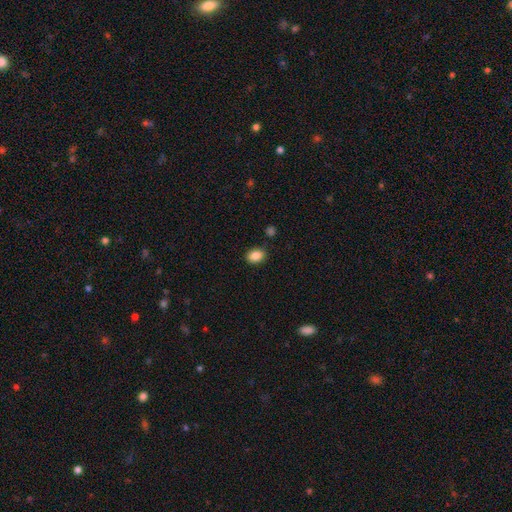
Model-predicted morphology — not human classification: type=smooth (86%); roundness=in between (71%); merging=none (85%).